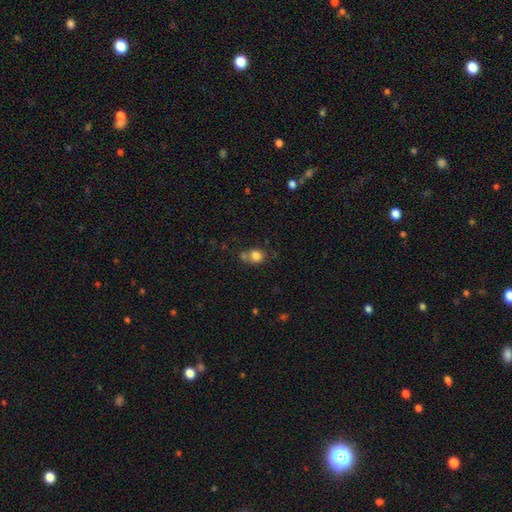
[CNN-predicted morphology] The model was most divided on "merging": none: 44%, merger: 36%, minor disturbance: 13%, major disturbance: 6%. More confident: smooth or featured — smooth (80%); how rounded — round (68%).